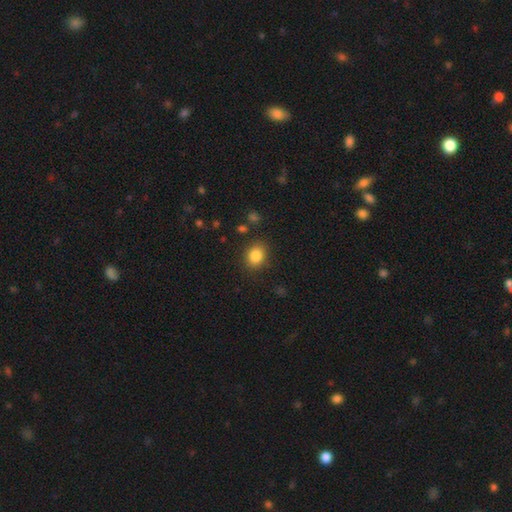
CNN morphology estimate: This is clearly a smooth galaxy (84%). How rounded: possibly round (50%). Merging: clearly none (86%).